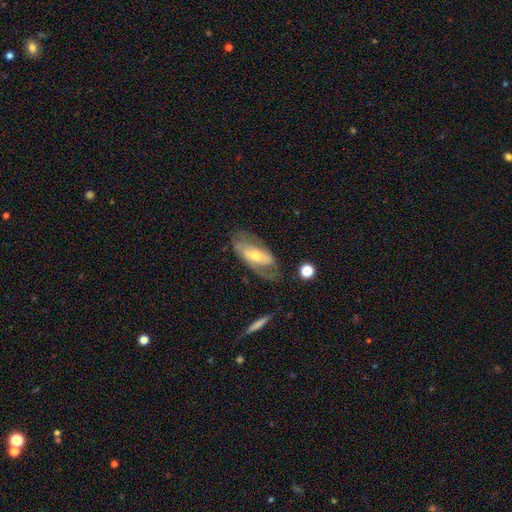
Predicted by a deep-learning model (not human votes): Morphology: type=featured or disk (67%); edge-on=no (89%); bar=no (39%); spiral arms=yes (75%); bulge=moderate (51%); merging=none (58%).